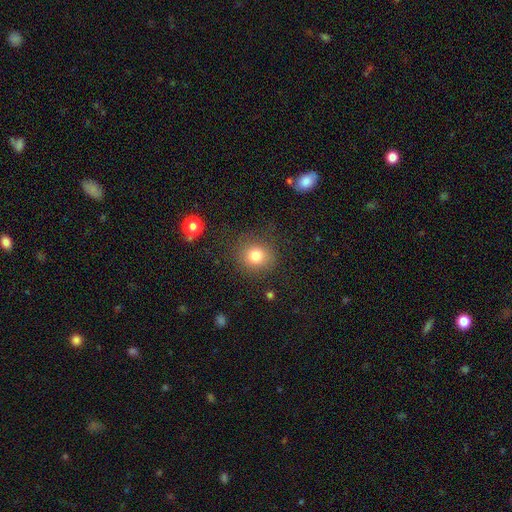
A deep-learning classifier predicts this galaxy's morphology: This is likely a smooth galaxy (79%). How rounded: clearly round (85%). Merging: clearly none (83%).